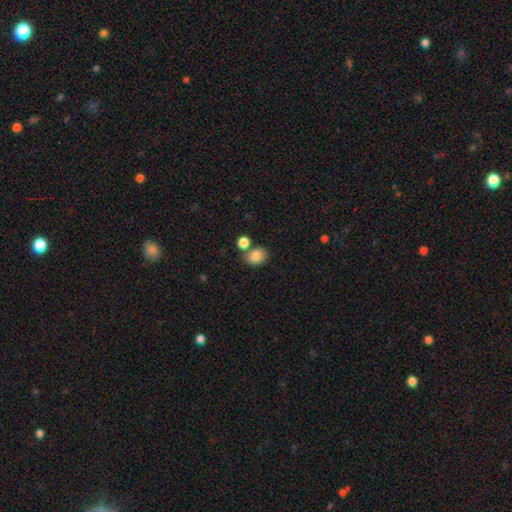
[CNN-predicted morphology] This is clearly a smooth galaxy (84%). How rounded: possibly in between (55%). Merging: likely none (62%).